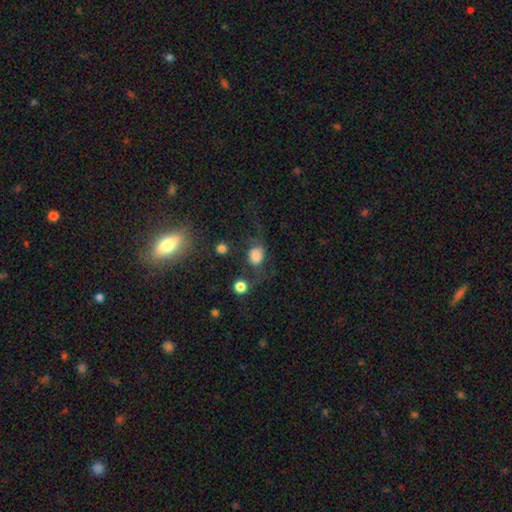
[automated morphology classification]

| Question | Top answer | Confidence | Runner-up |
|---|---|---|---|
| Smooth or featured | smooth | 73% | featured or disk (14%) |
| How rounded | in between | 49% | tied: round (49%) |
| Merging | none | 41% | major disturbance (26%) |